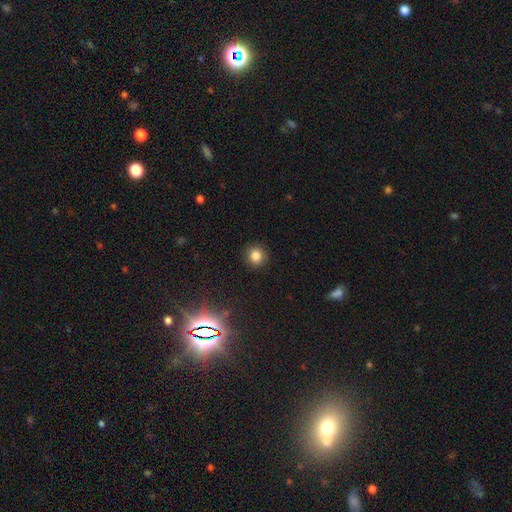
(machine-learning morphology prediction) A smooth galaxy with no disk features (82%) that is round (90%). Merging: none (91%).